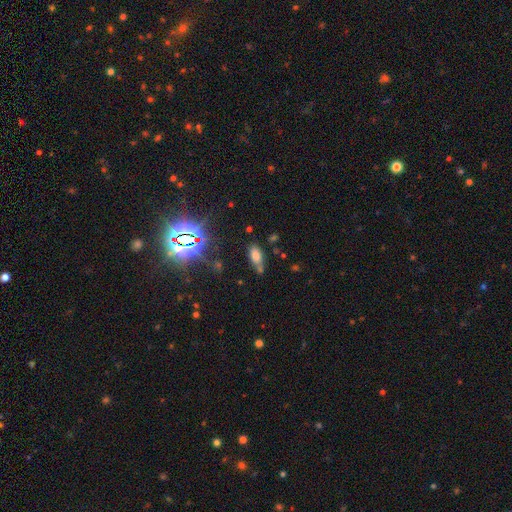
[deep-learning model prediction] This is likely a smooth galaxy (68%). How rounded: clearly in between (87%). Merging: possibly none (58%).